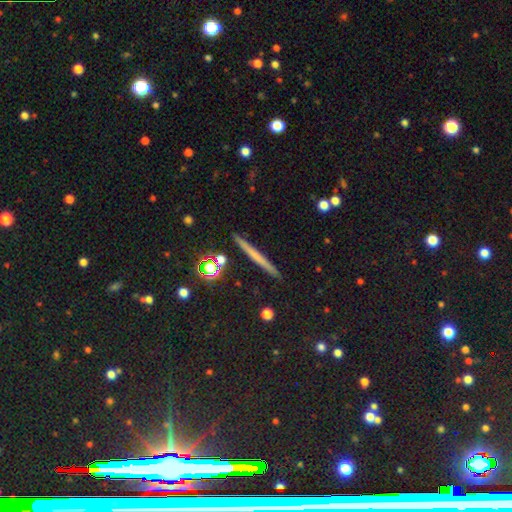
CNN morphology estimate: A smooth galaxy with no disk features (47%).

Vote fractions:
- Smooth or featured? smooth: 47% / featured or disk: 38% / star or artifact: 15%
- Merging? none: 92% / minor disturbance: 6% / merger: 1% / major disturbance: 1%